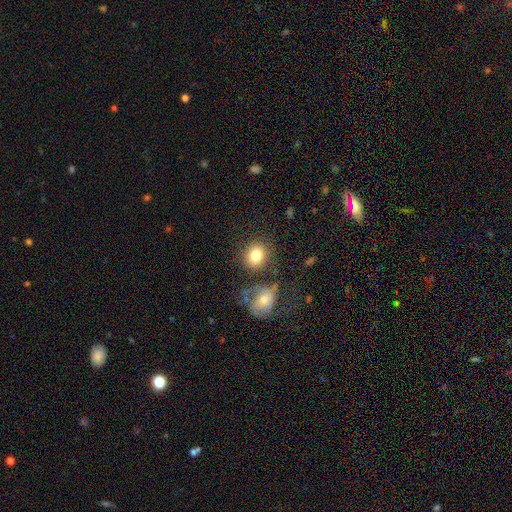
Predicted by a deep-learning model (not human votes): A smooth galaxy with no disk features (81%) that is round (71%). Merging: none (72%).